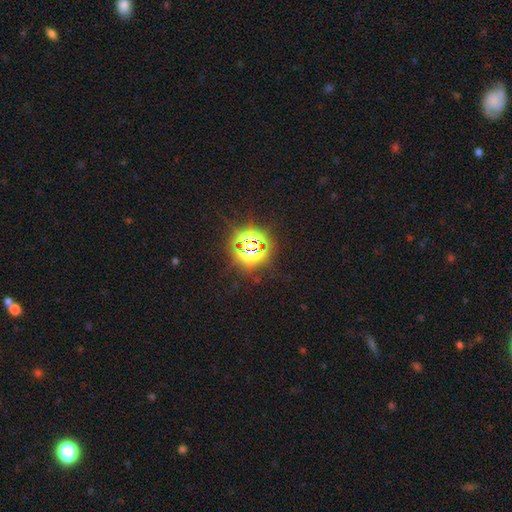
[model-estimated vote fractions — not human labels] Smooth or featured? Predicted: star or artifact (p=0.81).